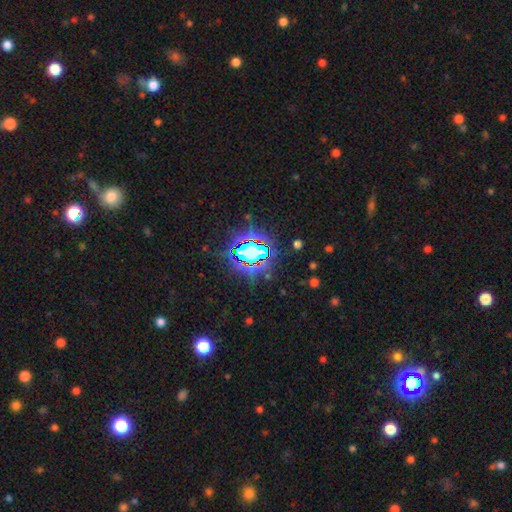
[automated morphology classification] The model was most divided on "smooth or featured": star or artifact: 73%, smooth: 16%, featured or disk: 11%.